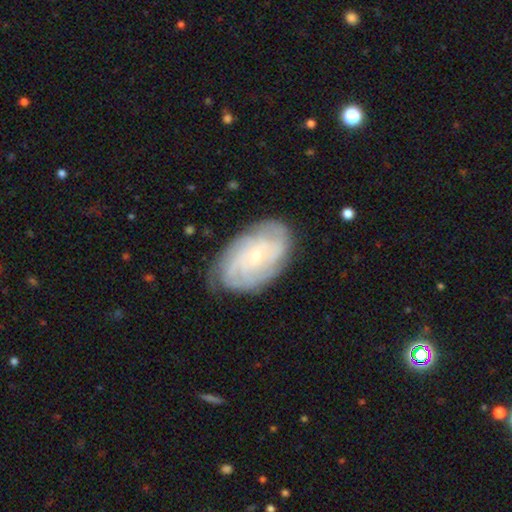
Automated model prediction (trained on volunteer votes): smooth-or-featured: featured or disk: 76% | smooth: 18% | star or artifact: 6%
  disk-edge-on: no: 96% | yes: 4%
    bar: no: 71% | weak: 24% | strong: 5%
    has-spiral-arms: yes: 92% | no: 8%
      spiral-winding: tight: 67% | medium: 26% | loose: 8%
      spiral-arm-count: can't tell: 43% | 4: 18% | 3: 14% | 2: 12% | more than 4: 8% | 1: 5%
    bulge-size: small: 79% | moderate: 17% | none: 2% | large: 1% | dominant: 1%
  merging: none: 76% | minor disturbance: 18% | major disturbance: 5% | merger: 1%